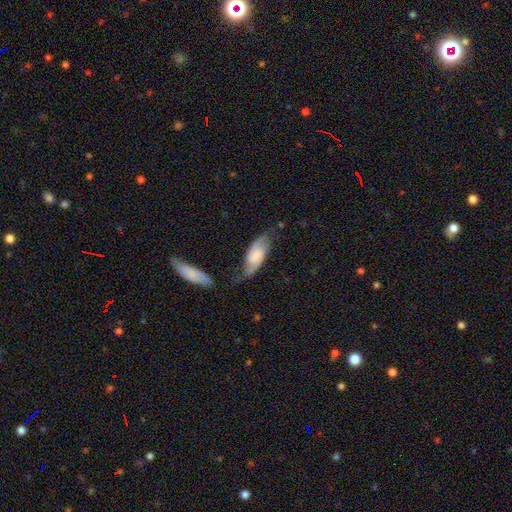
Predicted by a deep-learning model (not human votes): This appears to be a featured or disk galaxy (56%). Merging: none (56%).